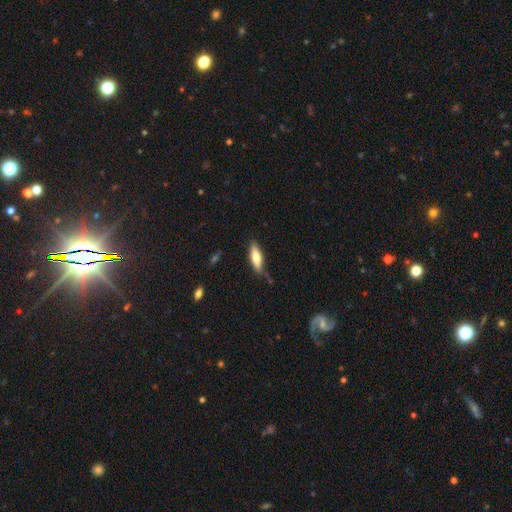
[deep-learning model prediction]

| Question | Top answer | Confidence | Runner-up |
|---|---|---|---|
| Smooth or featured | smooth | 65% | featured or disk (29%) |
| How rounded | cigar-shaped | 51% | in between (47%) |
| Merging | none | 77% | minor disturbance (17%) |